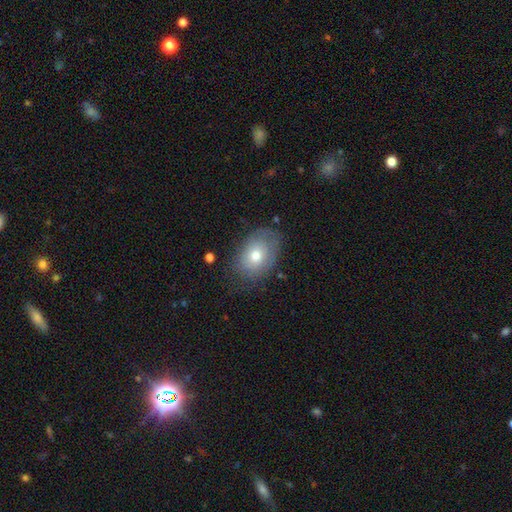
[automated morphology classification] smooth-or-featured: smooth: 65% | featured or disk: 26% | star or artifact: 8%
  how-rounded: in between: 79% | round: 20% | cigar-shaped: 1%
  merging: none: 70% | minor disturbance: 22% | major disturbance: 7% | merger: 1%